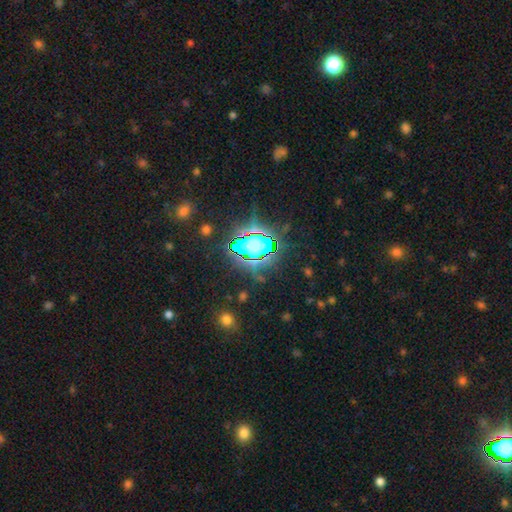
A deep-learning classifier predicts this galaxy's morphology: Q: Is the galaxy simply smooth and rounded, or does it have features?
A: star or artifact — 68%.